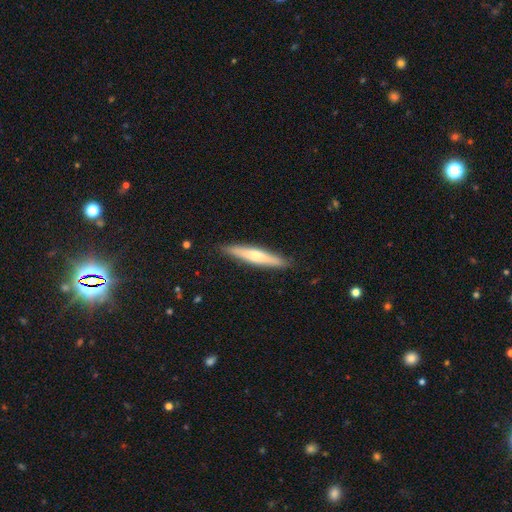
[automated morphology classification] Q: Smooth or featured?
A: smooth (53%); runner-up: featured or disk (42%)
Q: How rounded?
A: cigar-shaped (92%); runner-up: in between (7%)
Q: Merging?
A: none (89%); runner-up: minor disturbance (9%)